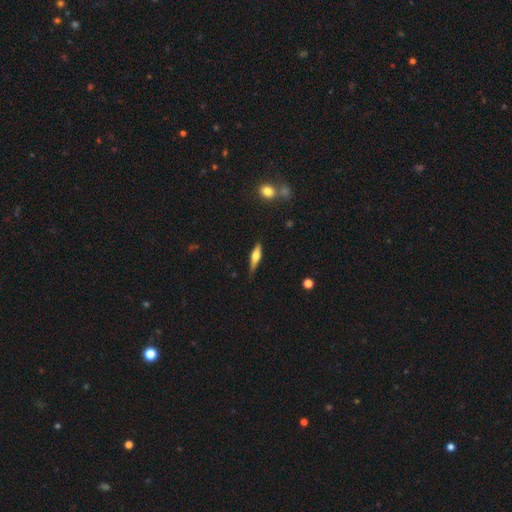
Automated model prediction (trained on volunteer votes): A featured or disk galaxy (47%, tied with smooth).

Vote fractions:
- Smooth or featured? featured or disk: 47% (tied) / smooth: 47% (tied) / star or artifact: 7%
- Merging? none: 74% / minor disturbance: 20% / major disturbance: 4% / merger: 2%